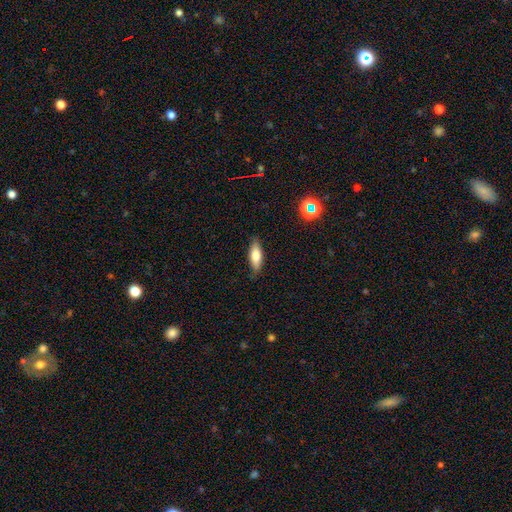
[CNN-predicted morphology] This appears to be a smooth galaxy with no disk features (71%) that is in between round and cigar-shaped (62%). Merging: none (81%).